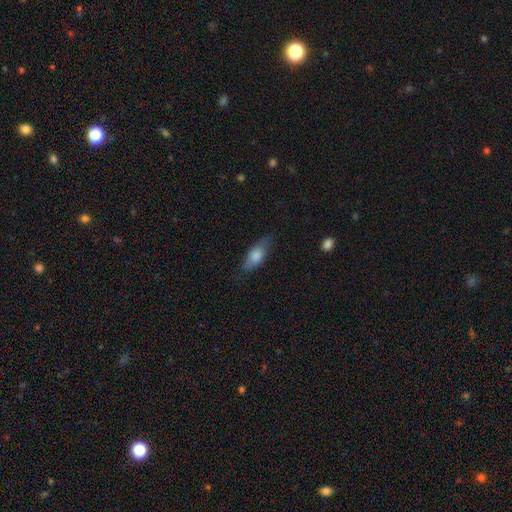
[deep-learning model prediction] This is likely a smooth galaxy (73%). How rounded: likely in between (75%). Merging: likely none (72%).